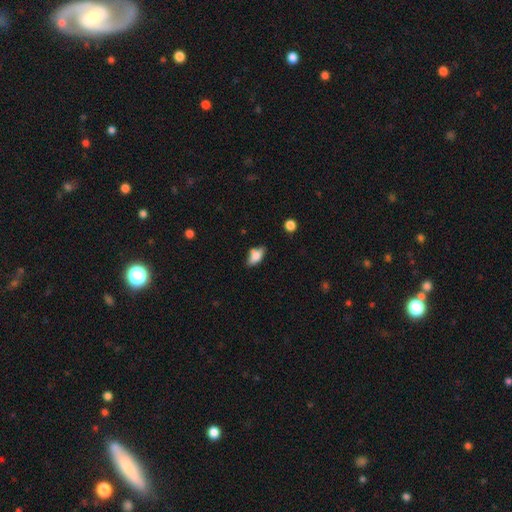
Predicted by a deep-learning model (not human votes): smooth_or_featured: smooth (p=0.72) [alt: featured or disk p=0.19]
how_rounded: in between (p=0.85) [alt: cigar-shaped p=0.10]
merging: none (p=0.59) [alt: minor disturbance p=0.26]